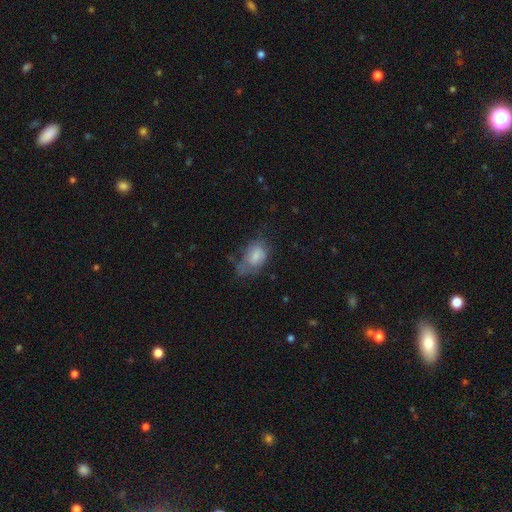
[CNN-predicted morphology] Smooth or featured?
  - smooth: 69% *
  - featured or disk: 22%
  - star or artifact: 9%
How rounded?
  - in between: 83% *
  - round: 16%
  - cigar-shaped: 2%
Merging?
  - minor disturbance: 34% * (tied)
  - none: 34% * (tied)
  - major disturbance: 27%
  - merger: 6%